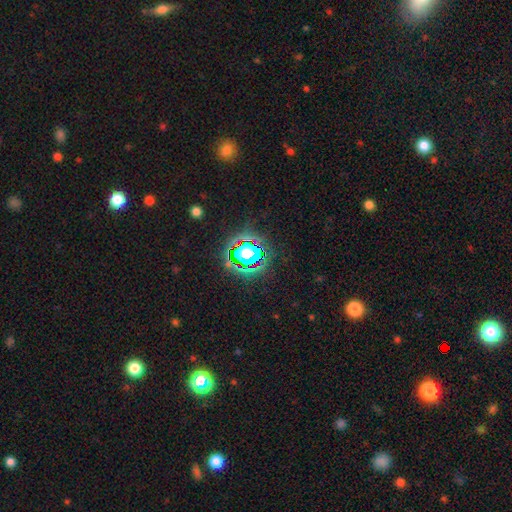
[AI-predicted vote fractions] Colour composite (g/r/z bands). It shows a star or artifact, not a galaxy (72%).